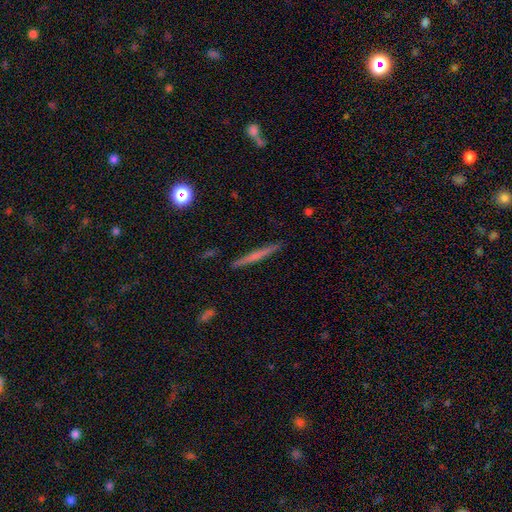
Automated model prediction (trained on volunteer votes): Smooth or featured: featured or disk — 49% (smooth — 44%)
Merging: none — 91% (minor disturbance — 6%)